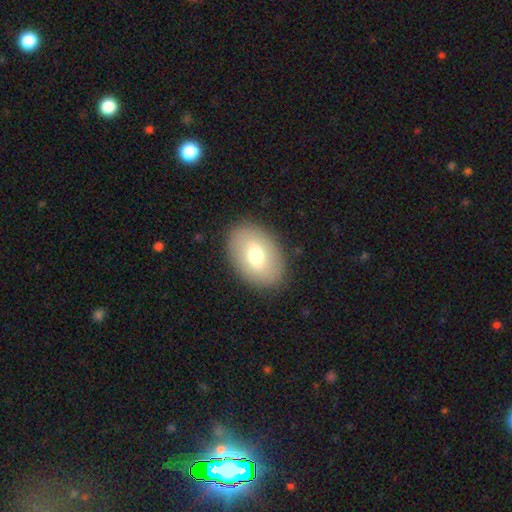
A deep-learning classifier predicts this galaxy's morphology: type=smooth (68%); roundness=in between (85%); merging=none (87%).